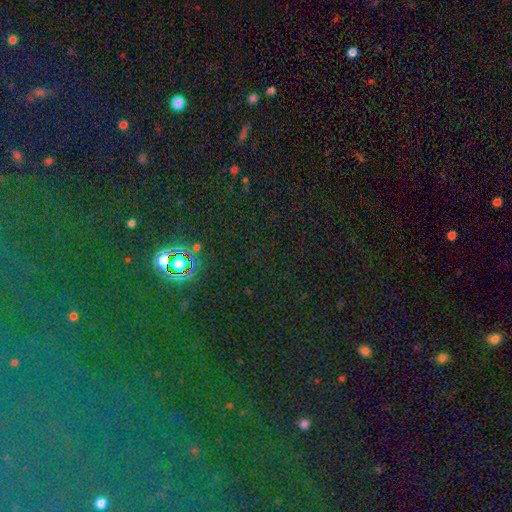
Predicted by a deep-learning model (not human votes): Smooth or featured? Predicted: star or artifact (p=0.80).